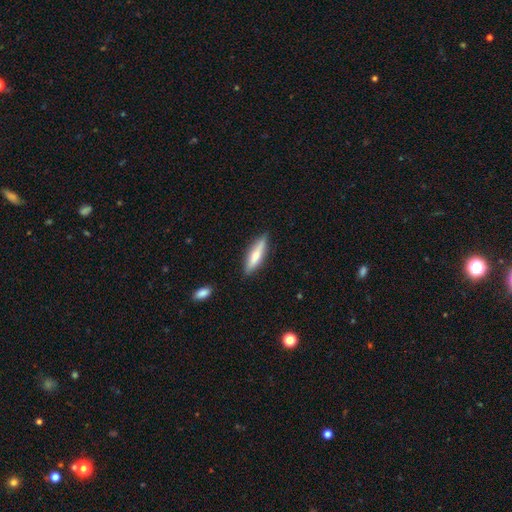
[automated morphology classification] This is likely a smooth galaxy (60%). How rounded: likely cigar-shaped (74%). Merging: clearly none (86%).